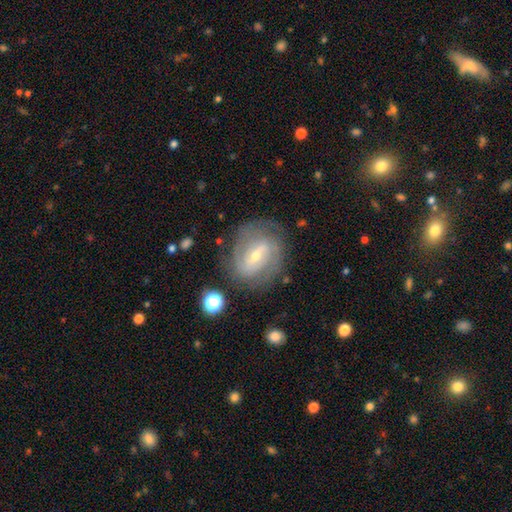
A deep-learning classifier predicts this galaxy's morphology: Smooth or featured? Predicted: featured or disk (p=0.79). Edge-on disk? Predicted: no (p=0.95). Bar? Predicted: weak (p=0.44). Spiral arms? Predicted: yes (p=0.87). Spiral winding? Predicted: tight (p=0.50). Spiral arm count? Predicted: 2 (p=0.54). Bulge size? Predicted: small (p=0.61). Merging? Predicted: none (p=0.75).